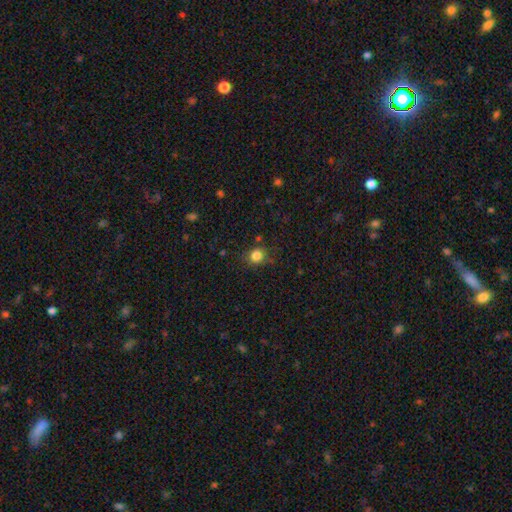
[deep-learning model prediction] Overall: smooth (83%). How rounded: round (82%). Merging: none (77%).